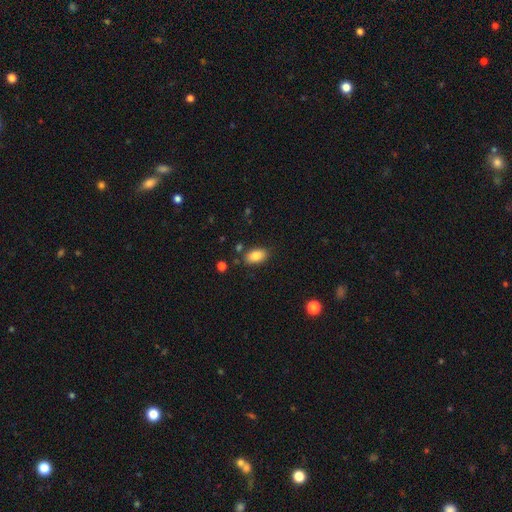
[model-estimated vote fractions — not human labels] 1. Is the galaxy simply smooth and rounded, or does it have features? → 85% smooth, 8% star or artifact, 7% featured or disk.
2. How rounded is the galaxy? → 92% in between, 6% round, 3% cigar-shaped.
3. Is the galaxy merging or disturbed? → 83% none, 11% minor disturbance, 3% merger, 3% major disturbance.